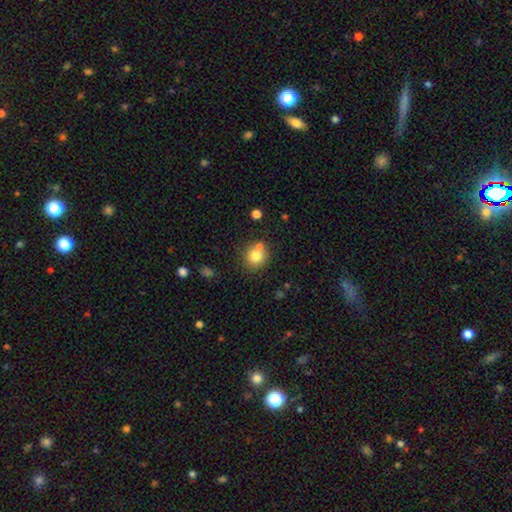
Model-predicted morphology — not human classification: This appears to be a smooth galaxy with no disk features (78%) that is round (85%). Merging: none (63%).